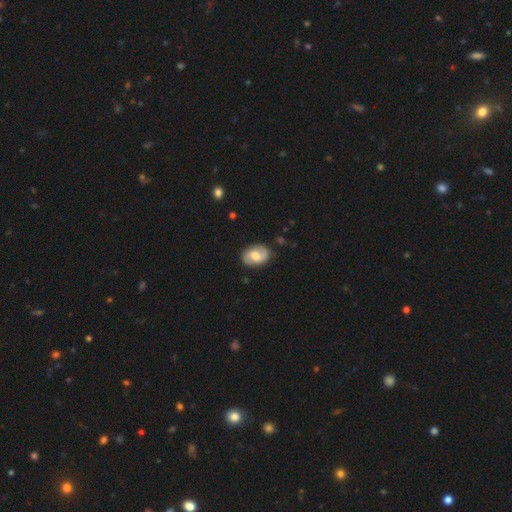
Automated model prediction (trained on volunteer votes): featured or disk 59%, smooth 34%, star or artifact 6%. Down the decision tree: edge-on disk — no (97%); bar — weak (47%); spiral arms — yes (88%); spiral arm count — 2 (89%); spiral winding — medium (43%); bulge size — moderate (57%); merging — none (84%).